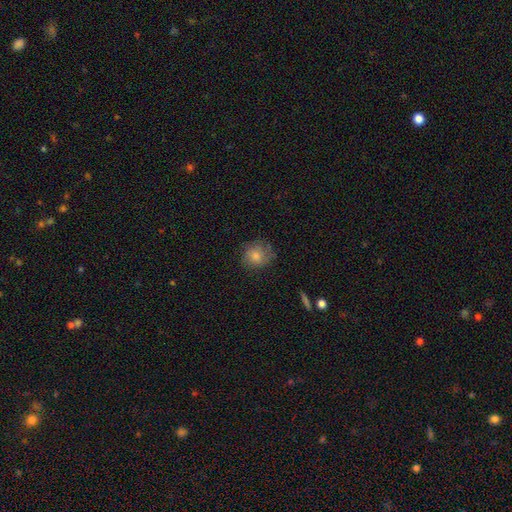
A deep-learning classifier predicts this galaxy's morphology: A smooth galaxy with no disk features (59%) that is round (82%).

Vote fractions:
- Smooth or featured? smooth: 59% / featured or disk: 29% / star or artifact: 12%
- How rounded? round: 82% / in between: 17% / cigar-shaped: 1%
- Merging? none: 72% / minor disturbance: 19% / major disturbance: 7% / merger: 1%